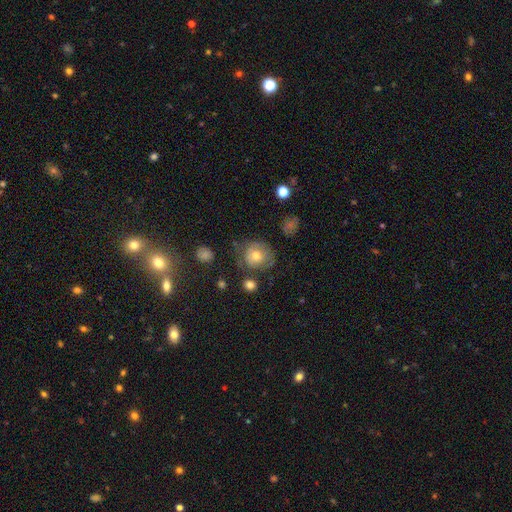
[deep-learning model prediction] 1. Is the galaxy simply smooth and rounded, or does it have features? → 61% smooth, 28% featured or disk, 11% star or artifact.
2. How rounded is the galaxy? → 81% round, 18% in between, 1% cigar-shaped.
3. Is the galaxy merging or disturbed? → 59% none, 24% minor disturbance, 13% major disturbance, 4% merger.